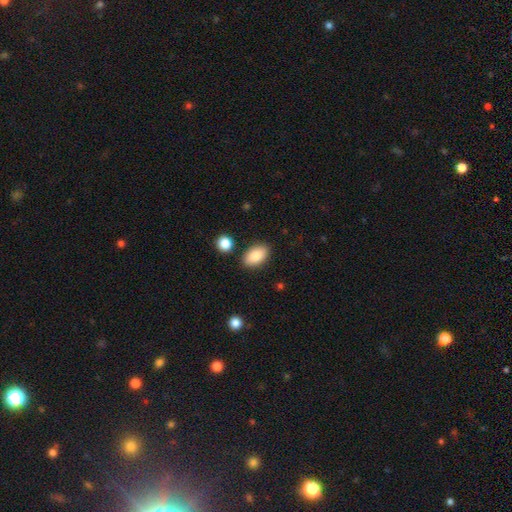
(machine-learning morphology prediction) smooth 88%, star or artifact 6%, featured or disk 5%. Down the decision tree: how rounded — in between (93%); merging — none (85%).